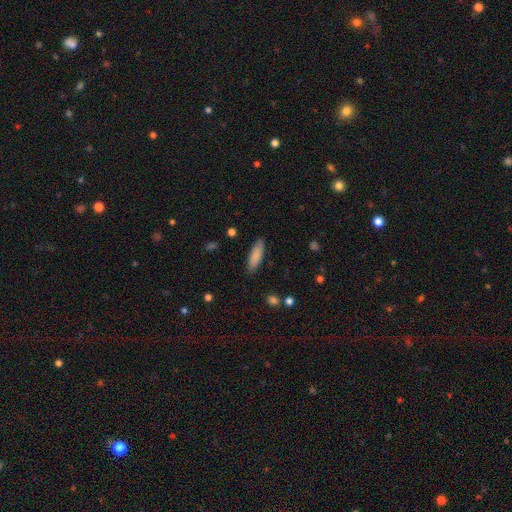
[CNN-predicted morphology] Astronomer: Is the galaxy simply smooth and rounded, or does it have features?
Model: smooth — 85%.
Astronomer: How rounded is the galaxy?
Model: cigar-shaped — 52% (runner-up: in between, 46%).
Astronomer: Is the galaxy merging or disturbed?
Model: none — 85%.